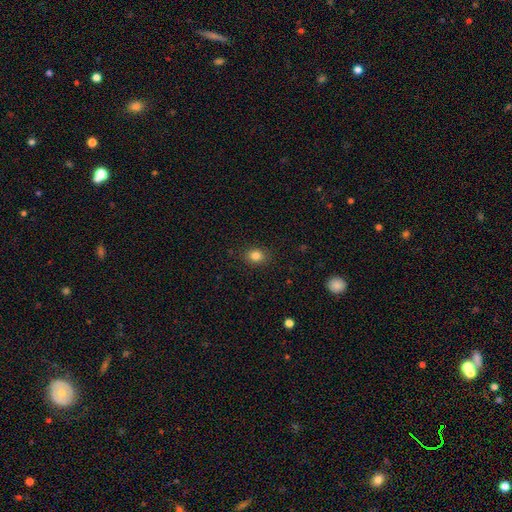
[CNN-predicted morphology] type=smooth (83%); roundness=round (54%); merging=none (88%).